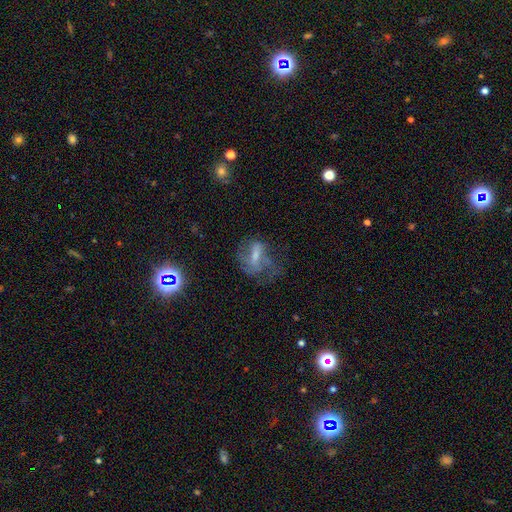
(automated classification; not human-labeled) Smooth or featured: featured or disk — 57% (smooth — 29%)
Edge-on disk: no — 92% (yes — 8%)
Bar: weak — 39% (strong — 36%)
Spiral arms: yes — 61% (no — 39%)
Bulge size: small — 37% (moderate — 34%)
Merging: major disturbance — 38% (none — 37%)